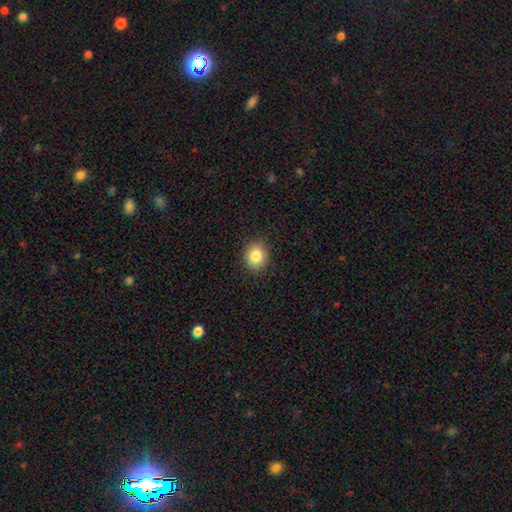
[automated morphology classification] Q: Smooth or featured?
A: smooth (84%); runner-up: star or artifact (9%)
Q: How rounded?
A: round (65%); runner-up: in between (34%)
Q: Merging?
A: none (89%); runner-up: minor disturbance (8%)